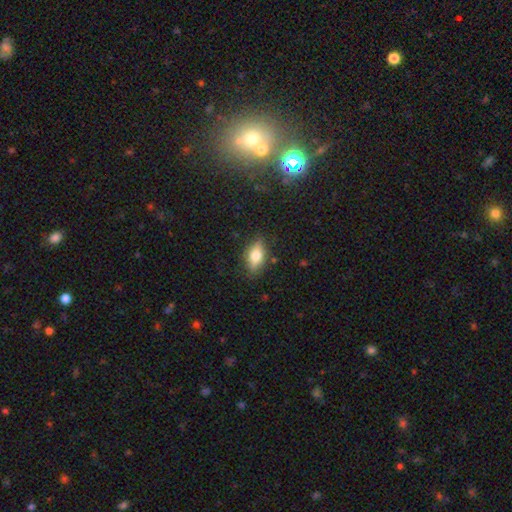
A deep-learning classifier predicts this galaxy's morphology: A smooth galaxy with no disk features (61%) that is in between round and cigar-shaped (77%).

Vote fractions:
- Smooth or featured? smooth: 61% / featured or disk: 31% / star or artifact: 9%
- How rounded? in between: 77% / cigar-shaped: 16% / round: 7%
- Merging? none: 82% / minor disturbance: 13% / major disturbance: 3% / merger: 2%